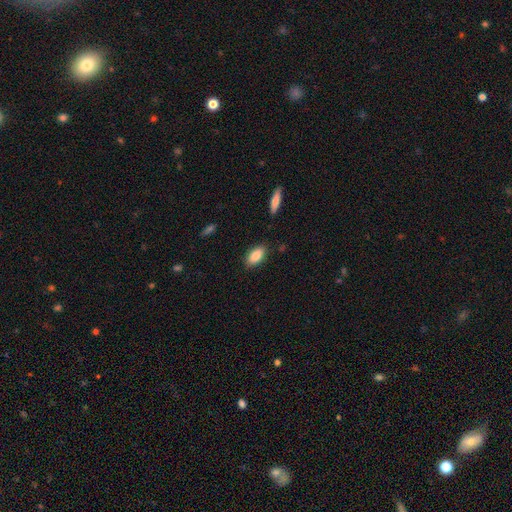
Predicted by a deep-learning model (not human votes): Q: Smooth or featured?
A: smooth (87%); runner-up: star or artifact (7%)
Q: How rounded?
A: in between (91%); runner-up: cigar-shaped (5%)
Q: Merging?
A: none (86%); runner-up: minor disturbance (10%)